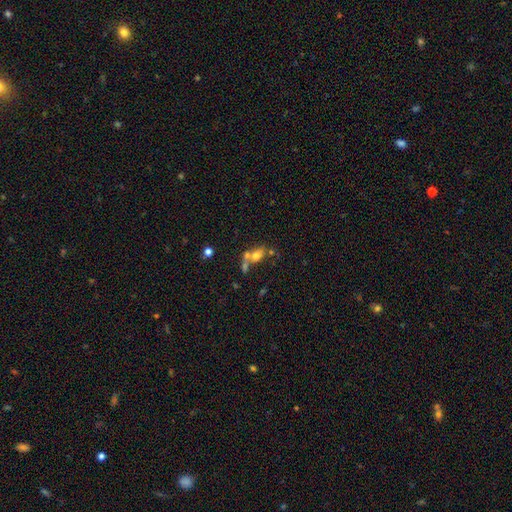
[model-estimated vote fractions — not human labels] smooth-or-featured: smooth: 63% | featured or disk: 24% | star or artifact: 13%
  how-rounded: in between: 72% | round: 24% | cigar-shaped: 5%
  merging: merger: 54% | none: 28% | minor disturbance: 9% | major disturbance: 8%